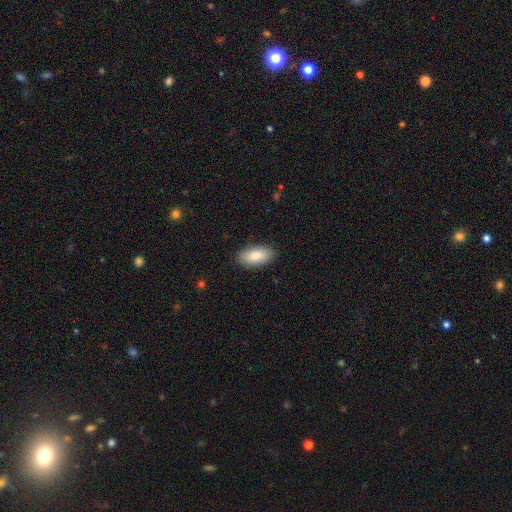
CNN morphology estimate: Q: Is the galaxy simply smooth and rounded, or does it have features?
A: smooth — 85%.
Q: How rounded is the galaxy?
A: in between — 92%.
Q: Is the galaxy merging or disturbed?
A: none — 89%.